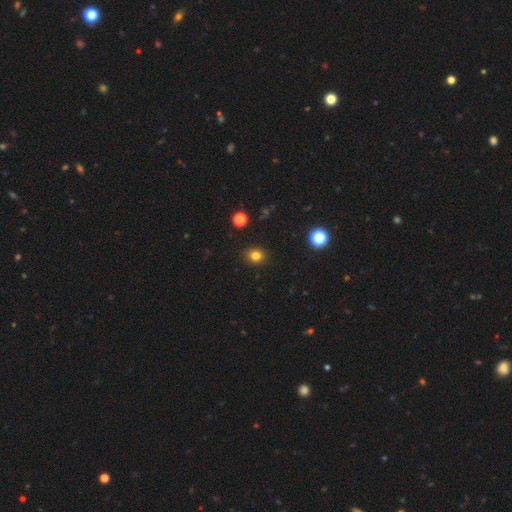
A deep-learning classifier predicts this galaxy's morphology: Smooth or featured: smooth — 81% (star or artifact — 14%)
How rounded: round — 76% (in between — 23%)
Merging: none — 90% (minor disturbance — 6%)